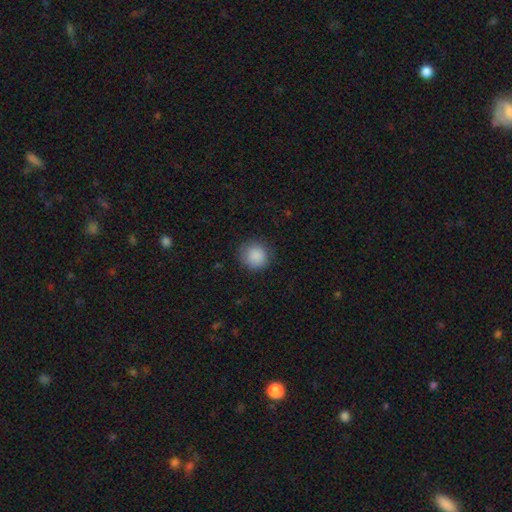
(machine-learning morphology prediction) This appears to be a smooth galaxy with no disk features (88%) that is round (92%). Merging: none (86%).